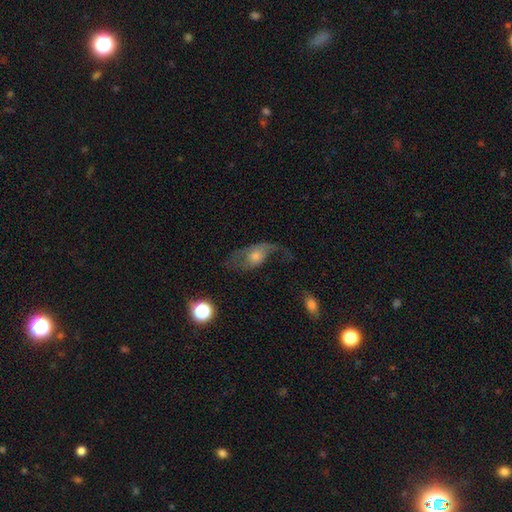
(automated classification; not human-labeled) The model was most divided on "merging": major disturbance: 42%, none: 32%, minor disturbance: 22%, merger: 3%. More confident: edge-on disk — no (90%); smooth or featured — featured or disk (52%).